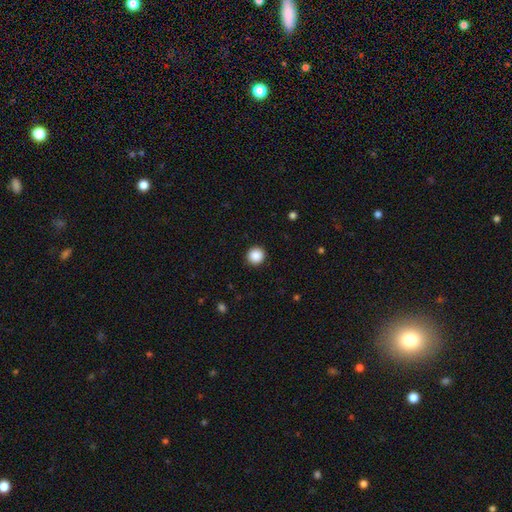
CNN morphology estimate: The model was most divided on "smooth or featured": smooth: 88%, star or artifact: 9%, featured or disk: 3%. More confident: how rounded — round (93%); merging — none (92%).